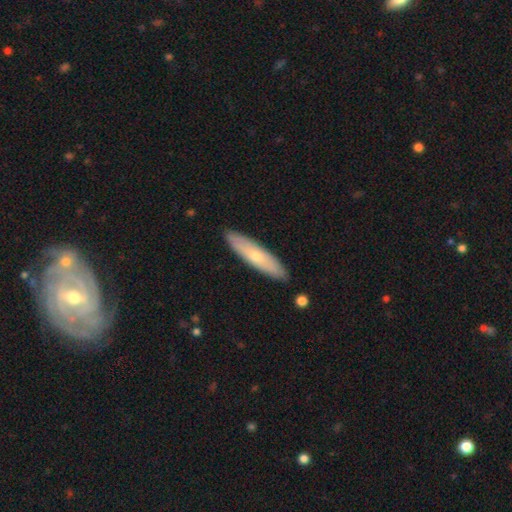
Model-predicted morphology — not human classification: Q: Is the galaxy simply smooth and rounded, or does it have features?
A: smooth — 58%.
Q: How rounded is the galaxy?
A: cigar-shaped — 77%.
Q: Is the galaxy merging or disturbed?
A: none — 89%.